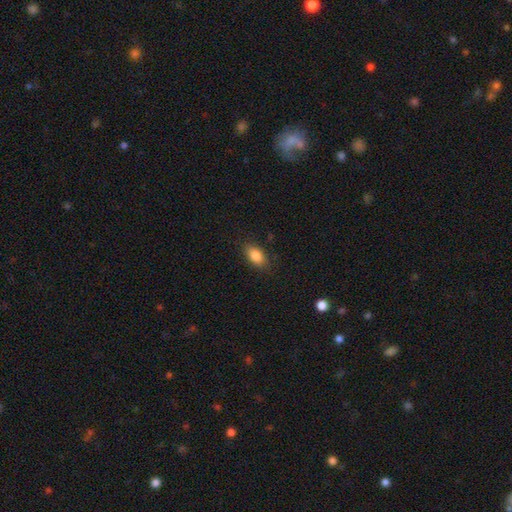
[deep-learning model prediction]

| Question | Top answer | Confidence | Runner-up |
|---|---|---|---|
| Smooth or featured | smooth | 85% | star or artifact (8%) |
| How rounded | in between | 88% | round (7%) |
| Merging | none | 85% | minor disturbance (12%) |